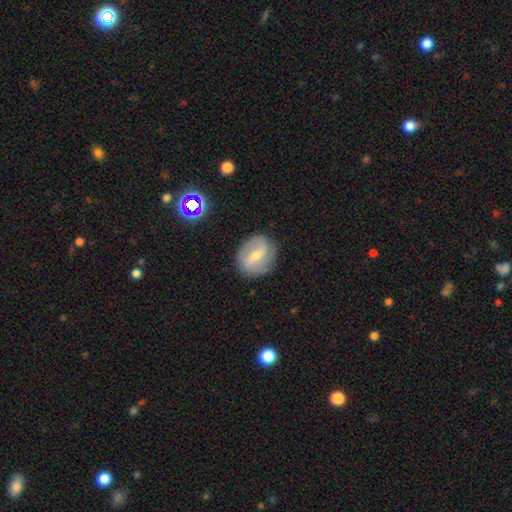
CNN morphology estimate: Smooth or featured?
  - featured or disk: 64% *
  - smooth: 29%
  - star or artifact: 7%
Edge-on disk?
  - no: 96% *
  - yes: 4%
Bar?
  - weak: 50% *
  - strong: 34%
  - no: 16%
Spiral arms?
  - yes: 81% *
  - no: 19%
Bulge size?
  - small: 50% *
  - moderate: 44%
  - none: 3%
  - large: 2%
  - dominant: 1%
Merging?
  - none: 81% *
  - minor disturbance: 14%
  - major disturbance: 4%
  - merger: 1%